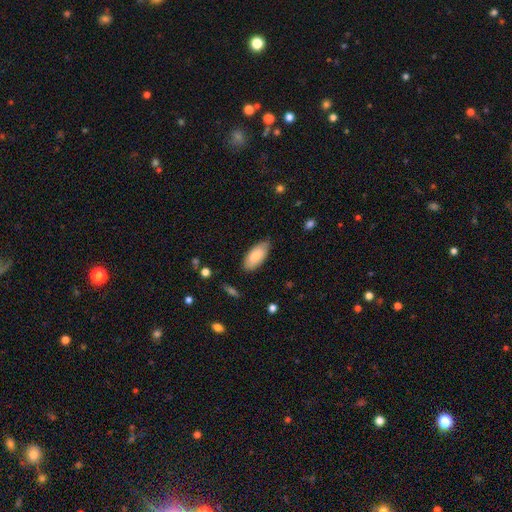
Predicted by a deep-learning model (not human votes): A smooth galaxy with no disk features (83%) that is in between round and cigar-shaped (89%). Merging: none (81%).